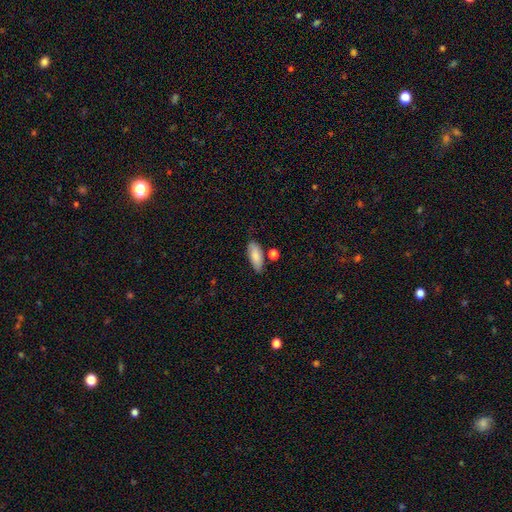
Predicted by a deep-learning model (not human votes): smooth-or-featured: smooth: 84% | featured or disk: 9% | star or artifact: 7%
  how-rounded: in between: 80% | cigar-shaped: 18% | round: 2%
  merging: none: 73% | minor disturbance: 16% | merger: 7% | major disturbance: 3%